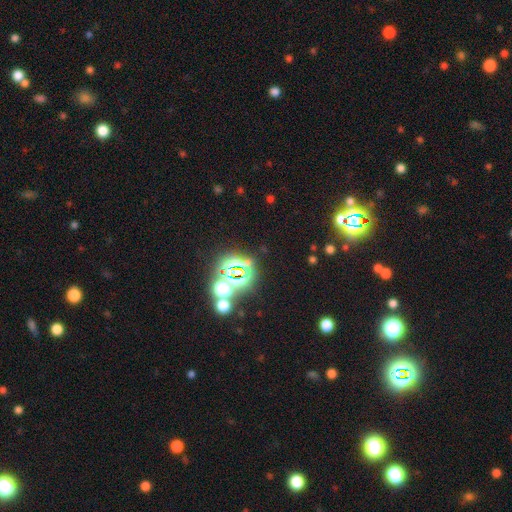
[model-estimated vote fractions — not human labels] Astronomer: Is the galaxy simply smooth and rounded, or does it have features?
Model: star or artifact — 76%.